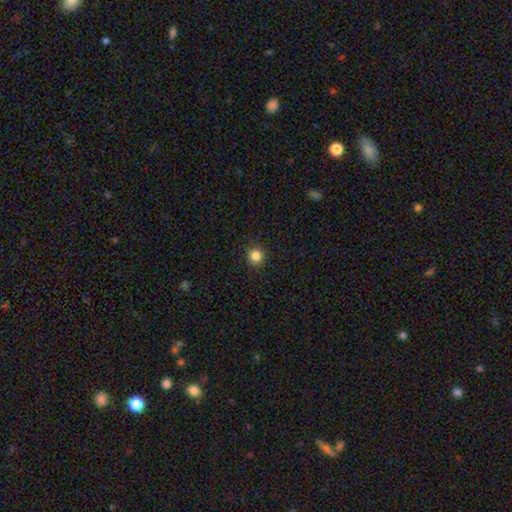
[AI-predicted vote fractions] A smooth galaxy with no disk features (84%) that is round (93%).

Vote fractions:
- Smooth or featured? smooth: 84% / star or artifact: 12% / featured or disk: 4%
- How rounded? round: 93% / in between: 6% / cigar-shaped: 1%
- Merging? none: 90% / minor disturbance: 7% / major disturbance: 2% / merger: 1%